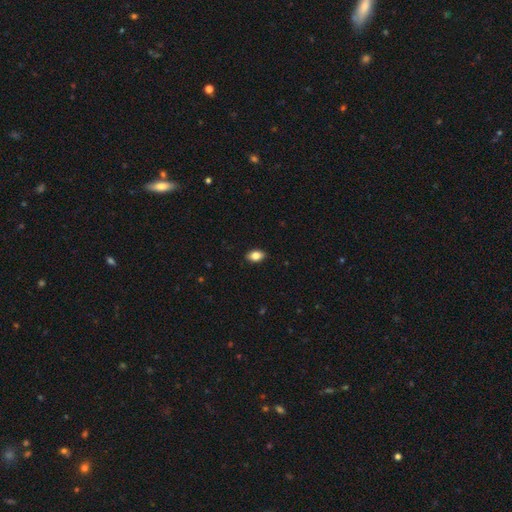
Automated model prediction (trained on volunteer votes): Smooth or featured? smooth (85%)
How rounded? in between (87%)
Merging? none (89%)